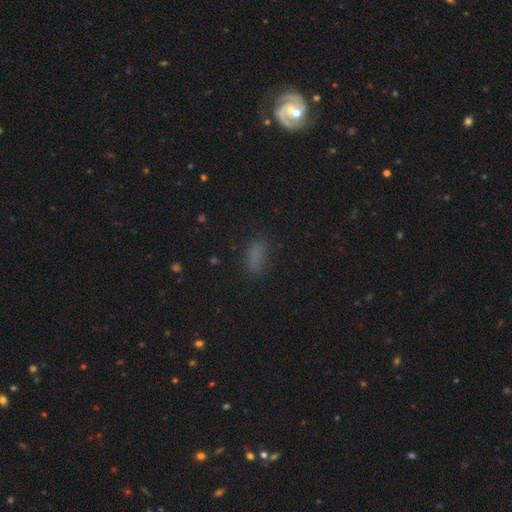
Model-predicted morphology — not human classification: This is likely a smooth galaxy (78%). How rounded: likely in between (75%). Merging: likely none (75%).